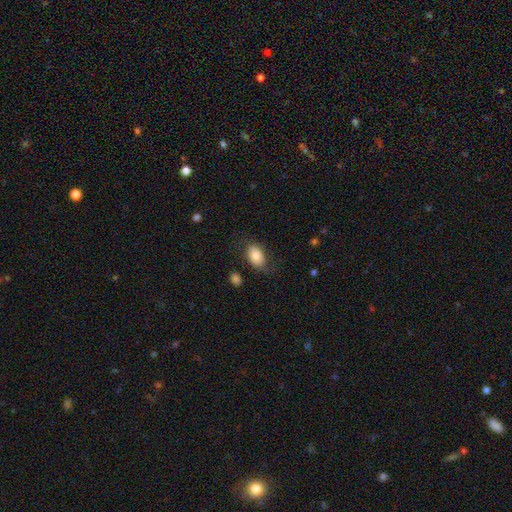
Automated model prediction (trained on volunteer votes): Smooth or featured?
  - smooth: 78% *
  - featured or disk: 15%
  - star or artifact: 8%
How rounded?
  - in between: 87% *
  - round: 11%
  - cigar-shaped: 1%
Merging?
  - none: 65% *
  - minor disturbance: 22%
  - major disturbance: 11%
  - merger: 3%